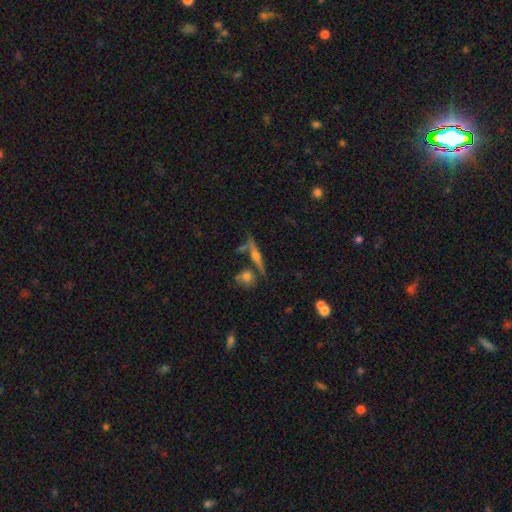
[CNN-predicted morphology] The model was most divided on "smooth or featured": featured or disk: 68%, smooth: 22%, star or artifact: 9%. More confident: edge-on disk — yes (96%); edge-on bulge — rounded (86%); merging — none (74%).